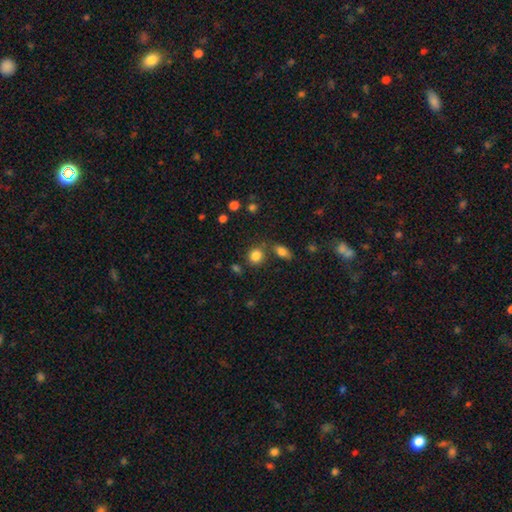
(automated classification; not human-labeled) smooth 84%, star or artifact 11%, featured or disk 6%. Down the decision tree: how rounded — round (72%); merging — none (70%).